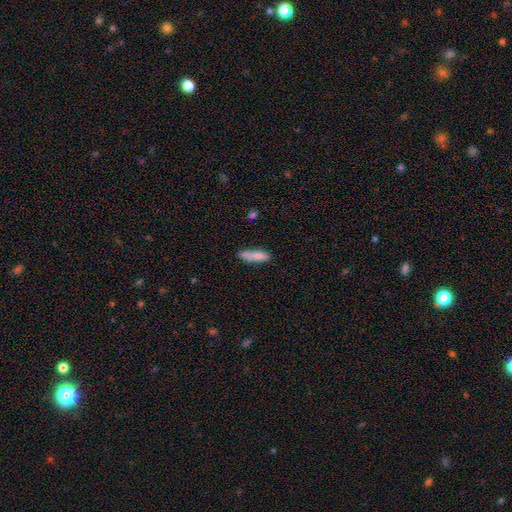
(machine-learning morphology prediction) A smooth galaxy with no disk features (79%) that is cigar-shaped (66%).

Vote fractions:
- Smooth or featured? smooth: 79% / featured or disk: 13% / star or artifact: 7%
- How rounded? cigar-shaped: 66% / in between: 33% / round: 2%
- Merging? none: 63% / minor disturbance: 22% / merger: 10% / major disturbance: 5%